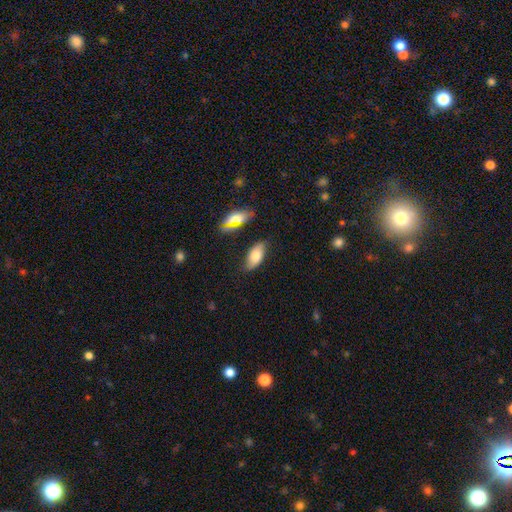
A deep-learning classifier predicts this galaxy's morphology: This appears to be a smooth galaxy with no disk features (74%) that is in between round and cigar-shaped (90%). Merging: none (75%).